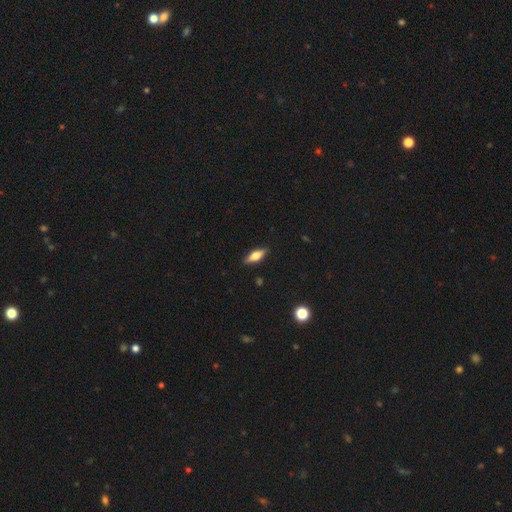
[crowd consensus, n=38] This appears to be a smooth galaxy with no disk features (50%) that is in between round and cigar-shaped (74%). Merging: none (86%).